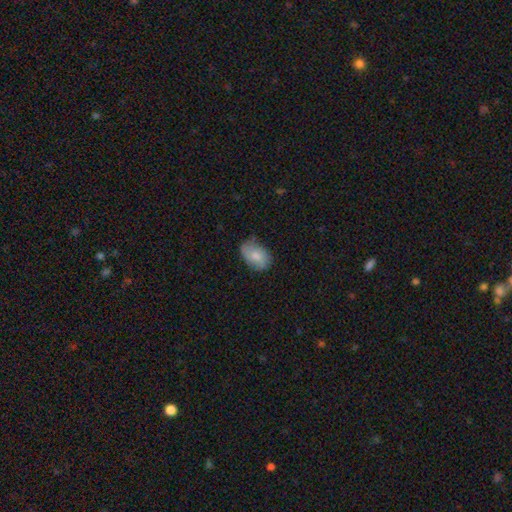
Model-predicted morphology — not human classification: smooth 77%, featured or disk 17%, star or artifact 7%. Down the decision tree: how rounded — in between (86%); merging — none (70%).